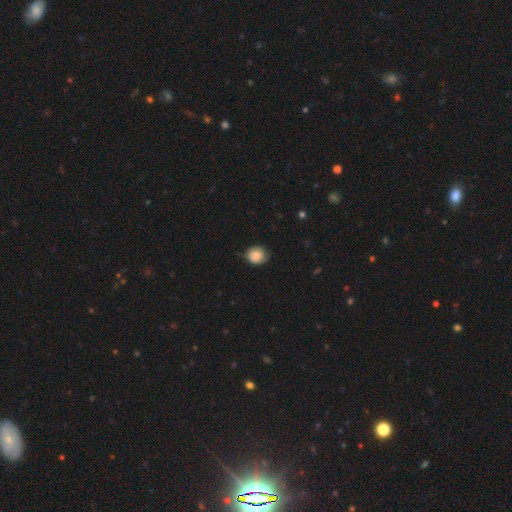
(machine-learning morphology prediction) Smooth or featured? smooth (85%)
How rounded? round (79%)
Merging? none (68%)